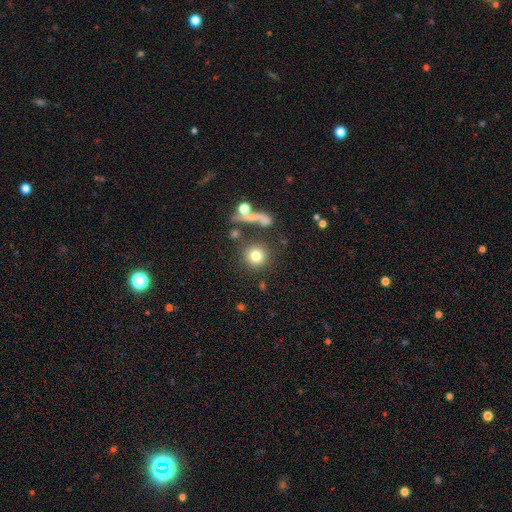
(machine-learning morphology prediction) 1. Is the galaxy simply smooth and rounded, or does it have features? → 76% smooth, 12% star or artifact, 11% featured or disk.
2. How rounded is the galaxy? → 93% round, 6% in between, 1% cigar-shaped.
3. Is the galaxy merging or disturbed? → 75% none, 10% merger, 9% minor disturbance, 6% major disturbance.